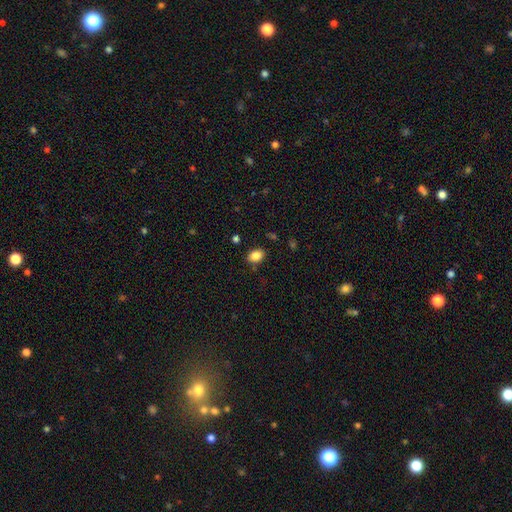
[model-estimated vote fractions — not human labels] smooth-or-featured: smooth: 86% | star or artifact: 9% | featured or disk: 5%
  how-rounded: in between: 75% | round: 24% | cigar-shaped: 1%
  merging: none: 83% | minor disturbance: 12% | major disturbance: 3% | merger: 3%